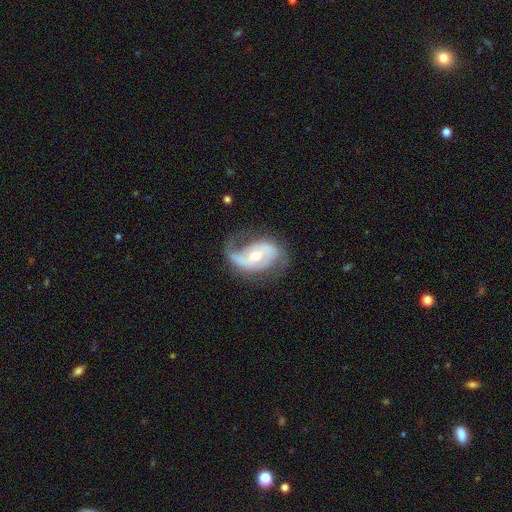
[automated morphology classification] This is clearly a featured or disk galaxy (83%). It is clearly not viewed edge-on (96%). Bar: marginally no (39%, tied with weak). Spiral arm pattern: clearly yes (92%). Spiral arm count: likely 2 (68%). Spiral winding: possibly loose (45%). Central bulge: possibly moderate (55%). Merging: possibly none (52%).